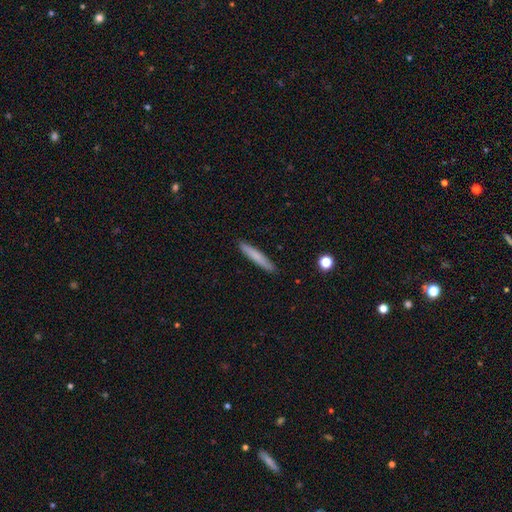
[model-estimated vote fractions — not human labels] Smooth or featured?
  - smooth: 75% *
  - featured or disk: 18%
  - star or artifact: 7%
How rounded?
  - cigar-shaped: 94% *
  - in between: 5%
  - round: 1%
Merging?
  - none: 90% *
  - minor disturbance: 7%
  - major disturbance: 2%
  - merger: 1%